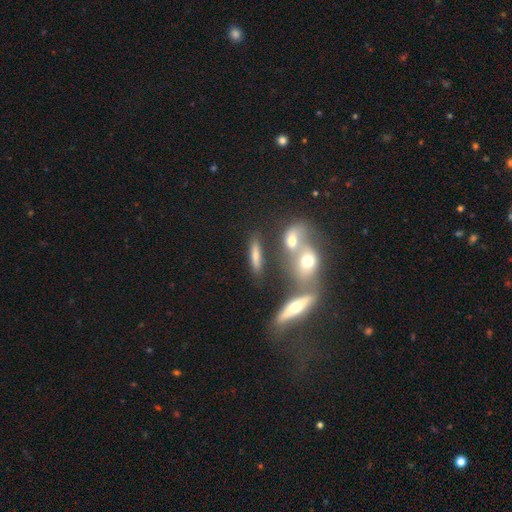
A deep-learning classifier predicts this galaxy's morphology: smooth_or_featured: smooth (p=0.63) [alt: featured or disk p=0.25]
how_rounded: cigar-shaped (p=0.61) [alt: in between p=0.29]
merging: none (p=0.58) [alt: merger p=0.25]